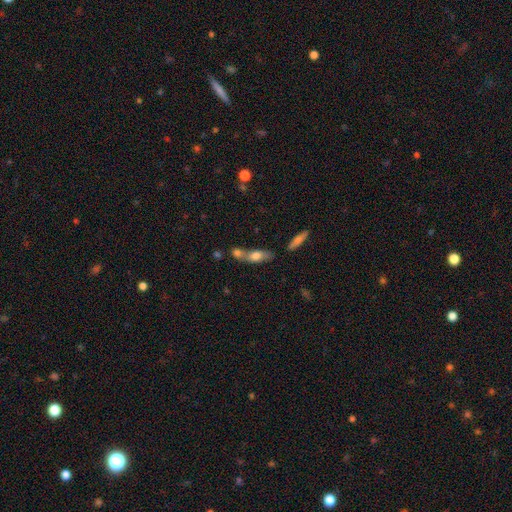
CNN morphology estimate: Overall: smooth (66%). How rounded: in between (53%; cigar-shaped 40%). Merging: merger (55%; none 31%).